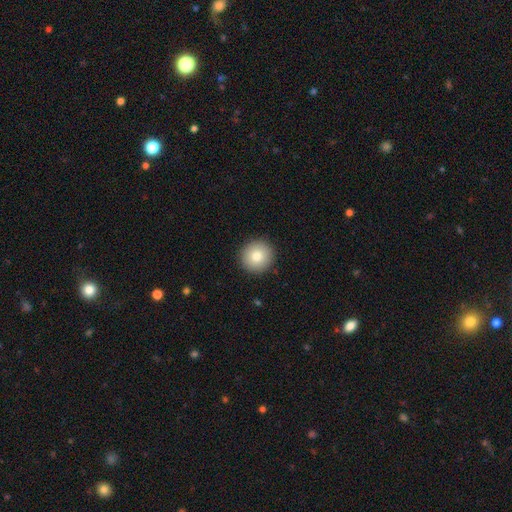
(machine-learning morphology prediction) Smooth or featured? Predicted: smooth (p=0.81). How rounded? Predicted: round (p=0.94). Merging? Predicted: none (p=0.92).